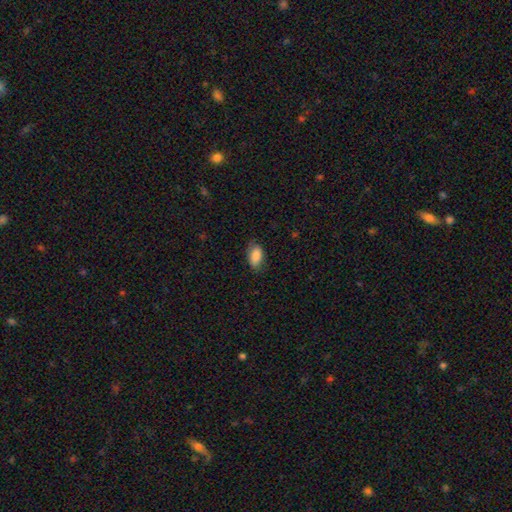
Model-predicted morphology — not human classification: Overall: smooth (86%). How rounded: in between (92%). Merging: none (76%).